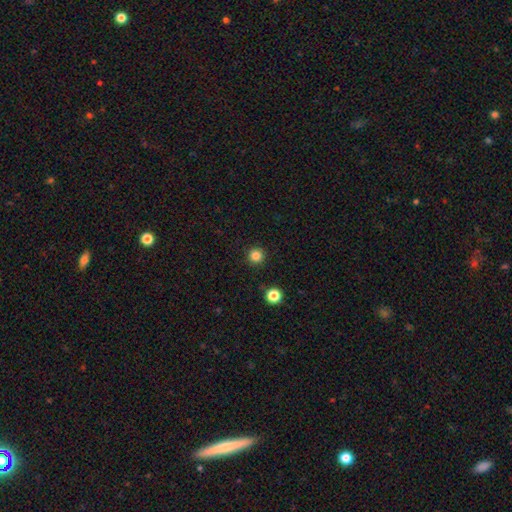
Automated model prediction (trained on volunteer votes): Smooth or featured? smooth (83%)
How rounded? round (96%)
Merging? none (93%)